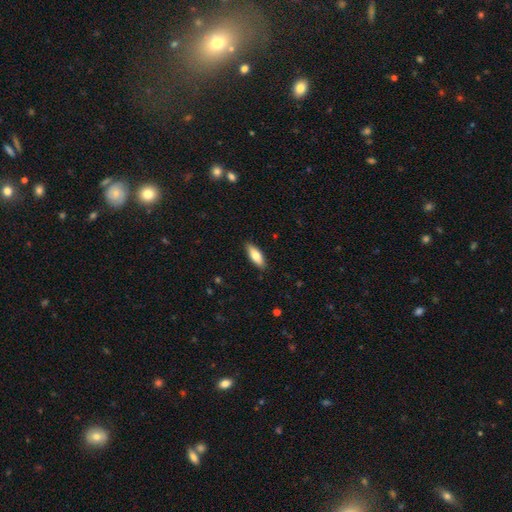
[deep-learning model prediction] Smooth or featured? Predicted: smooth (p=0.76). How rounded? Predicted: in between (p=0.67). Merging? Predicted: none (p=0.88).